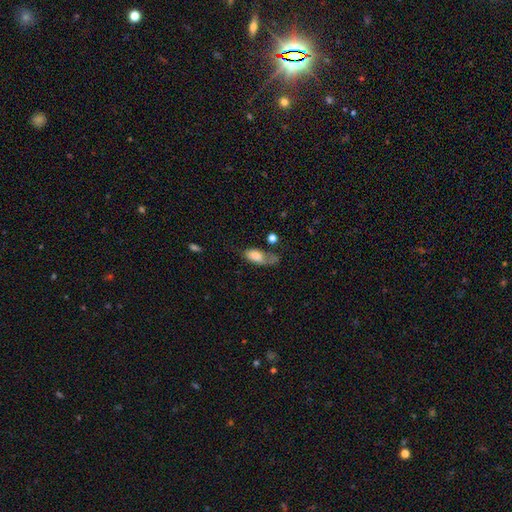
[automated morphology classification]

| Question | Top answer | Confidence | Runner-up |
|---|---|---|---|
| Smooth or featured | smooth | 71% | featured or disk (21%) |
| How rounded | in between | 89% | cigar-shaped (7%) |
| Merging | major disturbance | 37% | none (28%) |